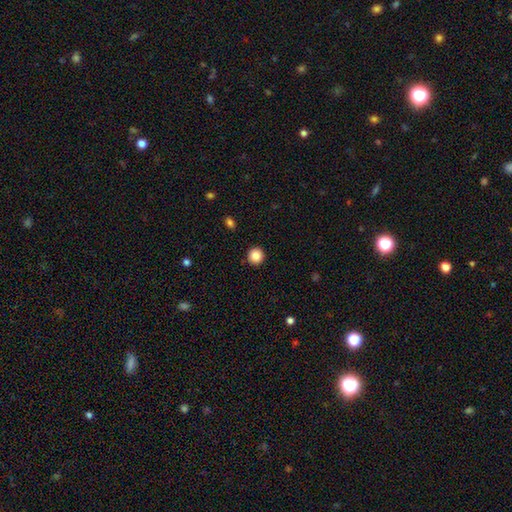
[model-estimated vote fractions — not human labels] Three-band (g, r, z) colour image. It shows a smooth galaxy with no disk features (86%) that is round (93%). Merging: none (92%).